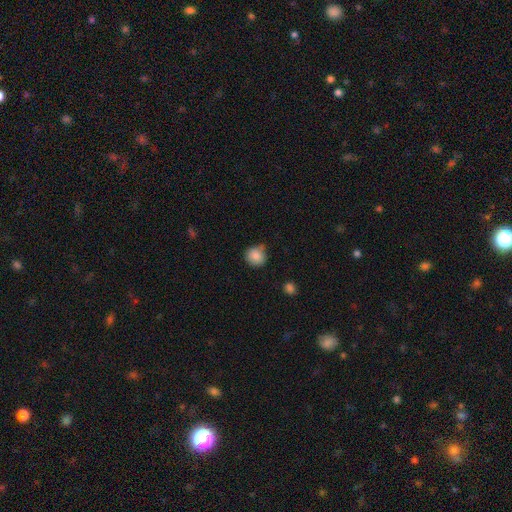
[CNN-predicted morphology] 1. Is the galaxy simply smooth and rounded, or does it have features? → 86% smooth, 9% star or artifact, 5% featured or disk.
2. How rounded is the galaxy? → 88% round, 11% in between, 1% cigar-shaped.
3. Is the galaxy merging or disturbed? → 68% none, 23% minor disturbance, 4% merger, 4% major disturbance.